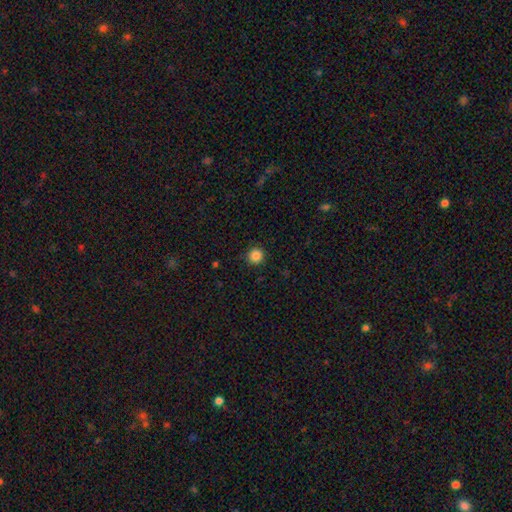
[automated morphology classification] Smooth or featured? smooth (85%)
How rounded? round (95%)
Merging? none (92%)